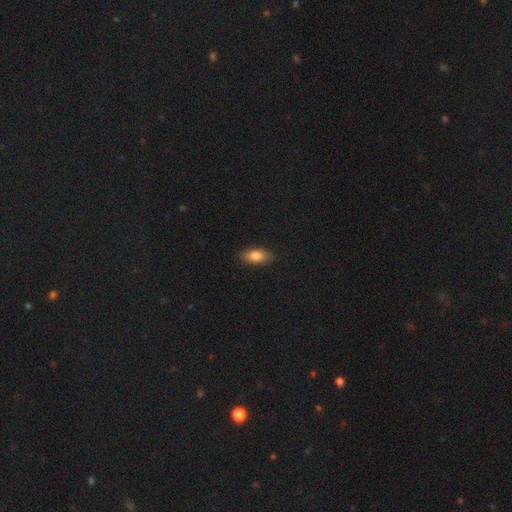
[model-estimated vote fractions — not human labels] The model was most divided on "smooth or featured": smooth: 81%, featured or disk: 12%, star or artifact: 7%. More confident: merging — none (87%); how rounded — in between (87%).